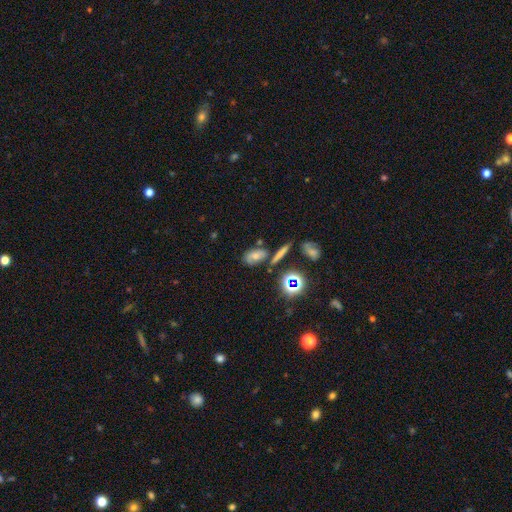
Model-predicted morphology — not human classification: Smooth or featured: smooth — 51% (star or artifact — 27%)
How rounded: in between — 78% (round — 15%)
Merging: none — 61% (minor disturbance — 17%)